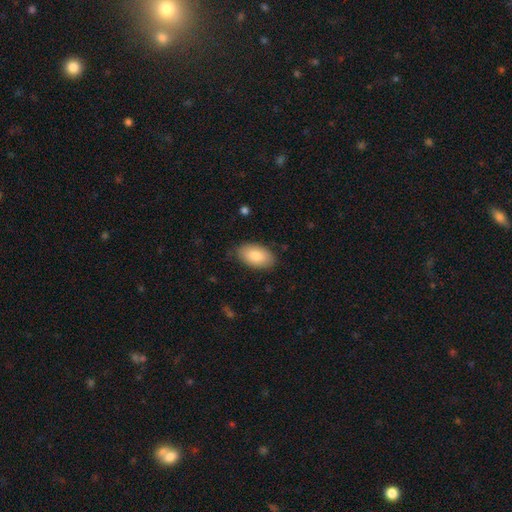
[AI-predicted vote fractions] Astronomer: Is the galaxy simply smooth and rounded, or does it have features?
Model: smooth — 84%.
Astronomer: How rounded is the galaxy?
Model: in between — 95%.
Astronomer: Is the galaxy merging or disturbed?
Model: none — 80%.